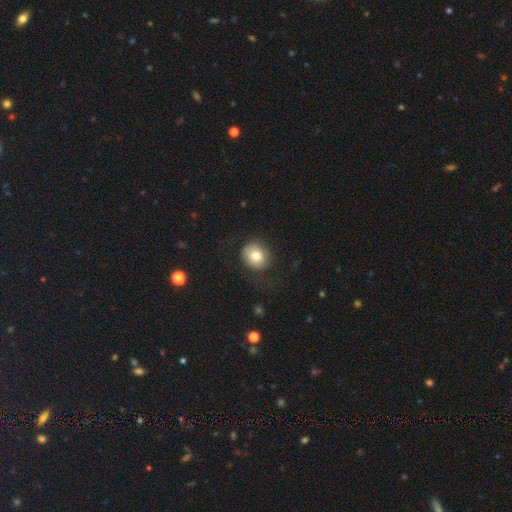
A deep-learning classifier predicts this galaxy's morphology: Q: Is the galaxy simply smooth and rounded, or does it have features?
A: smooth — 76%.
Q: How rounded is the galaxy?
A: round — 78%.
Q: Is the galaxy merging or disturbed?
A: none — 77%.